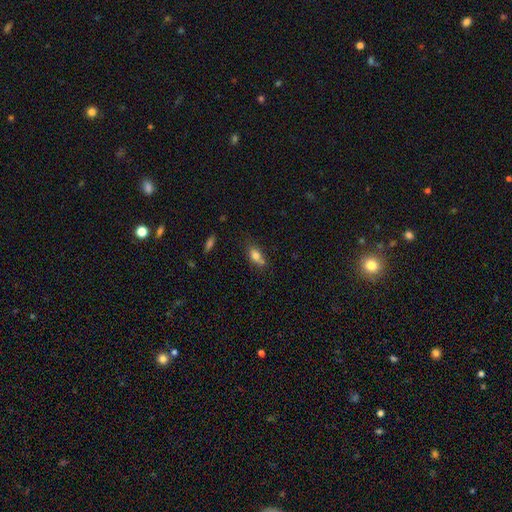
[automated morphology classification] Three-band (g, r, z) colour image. It shows a smooth galaxy with no disk features (73%) that is in between round and cigar-shaped (77%). Merging: none (51%).